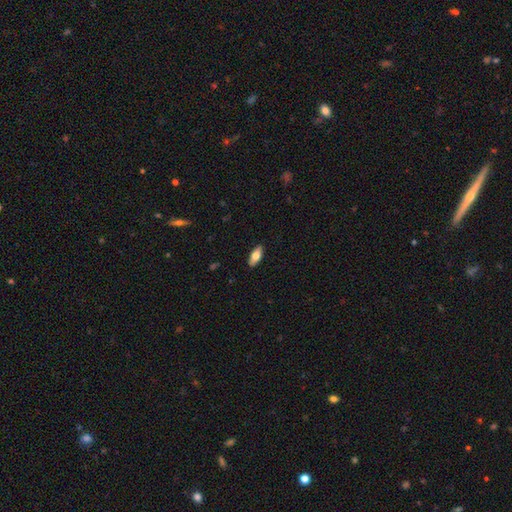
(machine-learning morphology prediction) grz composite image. It shows a smooth galaxy with no disk features (67%) that is in between round and cigar-shaped (79%). Merging: none (89%).